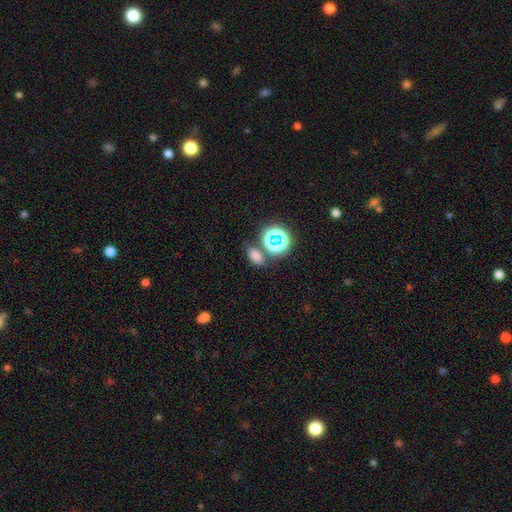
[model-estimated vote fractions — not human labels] A smooth galaxy with no disk features (68%) that is in between round and cigar-shaped (79%).

Vote fractions:
- Smooth or featured? smooth: 68% / star or artifact: 25% / featured or disk: 6%
- How rounded? in between: 79% / round: 18% / cigar-shaped: 3%
- Merging? none: 71% / merger: 12% / minor disturbance: 12% / major disturbance: 4%